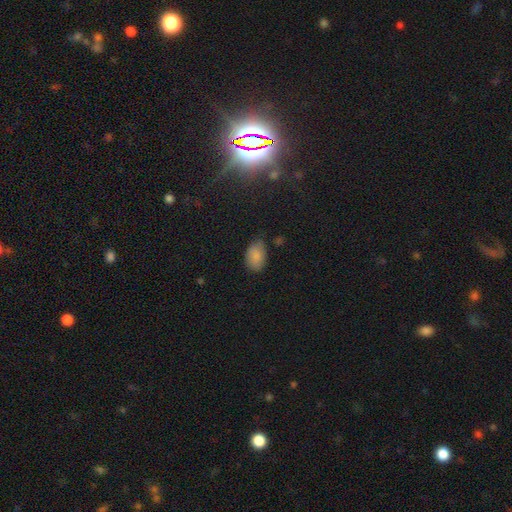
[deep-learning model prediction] Smooth or featured? Predicted: smooth (p=0.84). How rounded? Predicted: in between (p=0.88). Merging? Predicted: none (p=0.61).